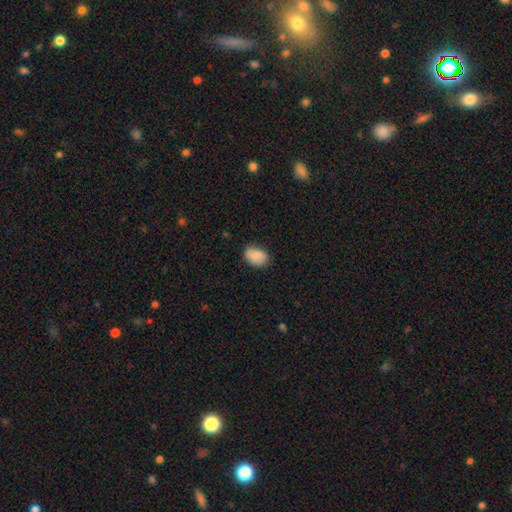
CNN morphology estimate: The model was most divided on "merging": none: 76%, minor disturbance: 19%, major disturbance: 3%, merger: 1%. More confident: smooth or featured — smooth (86%); how rounded — in between (83%).